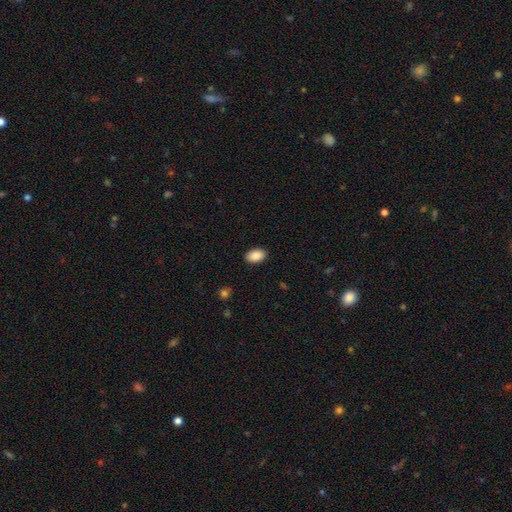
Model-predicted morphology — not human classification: This is clearly a smooth galaxy (89%). How rounded: clearly in between (92%). Merging: clearly none (90%).